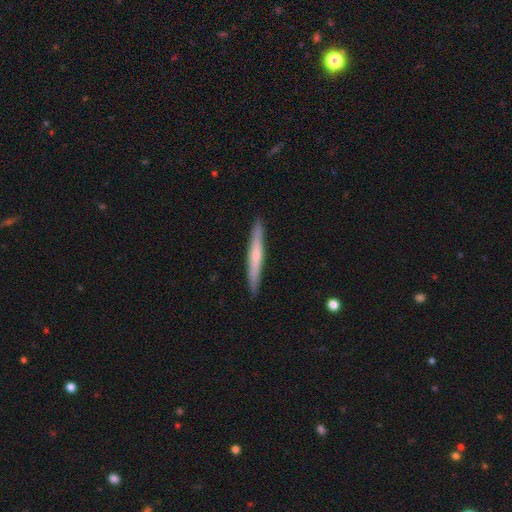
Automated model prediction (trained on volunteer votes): smooth-or-featured: smooth: 49% | featured or disk: 46% | star or artifact: 5%
  merging: none: 92% | minor disturbance: 6% | major disturbance: 1% | merger: 1%